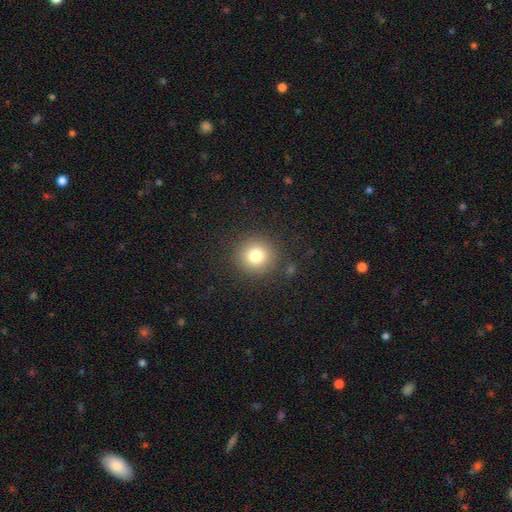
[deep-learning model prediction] A smooth galaxy with no disk features (79%) that is round (93%). Merging: none (88%).